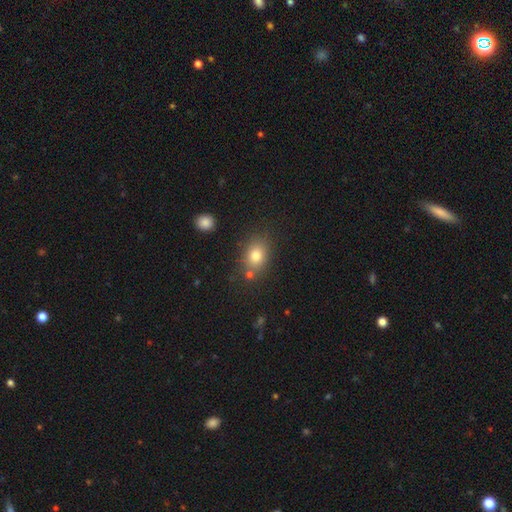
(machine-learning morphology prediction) Smooth or featured? Predicted: smooth (p=0.79). How rounded? Predicted: in between (p=0.65). Merging? Predicted: none (p=0.76).